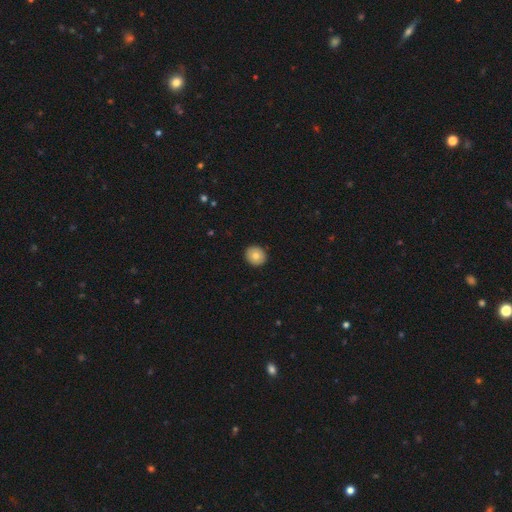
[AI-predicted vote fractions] Smooth or featured? Predicted: smooth (p=0.77). How rounded? Predicted: round (p=0.88). Merging? Predicted: none (p=0.92).